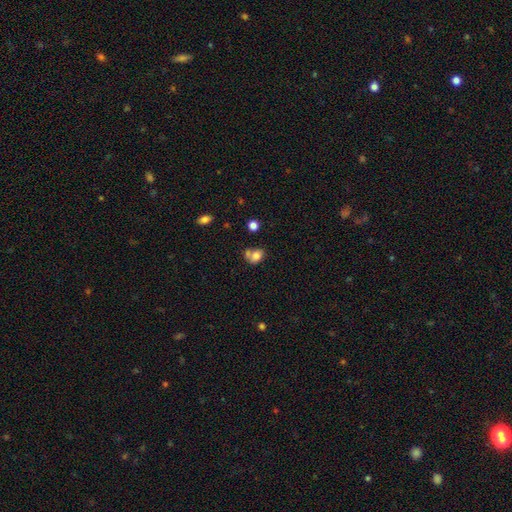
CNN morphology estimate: This appears to be a smooth galaxy with no disk features (76%) that is in between round and cigar-shaped (57%). Merging: none (36%, tied with merger).